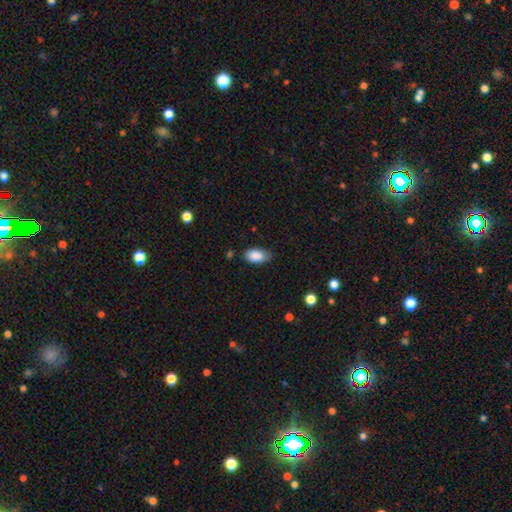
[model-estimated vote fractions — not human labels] This is clearly a smooth galaxy (88%). How rounded: clearly in between (94%). Merging: likely none (71%).